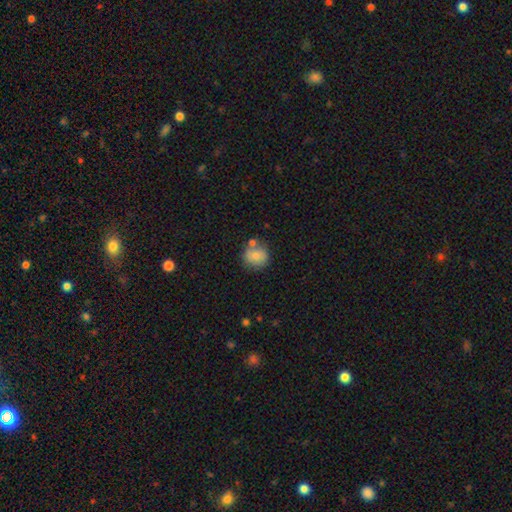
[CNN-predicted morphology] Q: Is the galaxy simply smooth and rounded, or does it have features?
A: smooth — 77%.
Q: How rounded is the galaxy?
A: round — 87%.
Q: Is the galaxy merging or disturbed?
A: none — 66%.